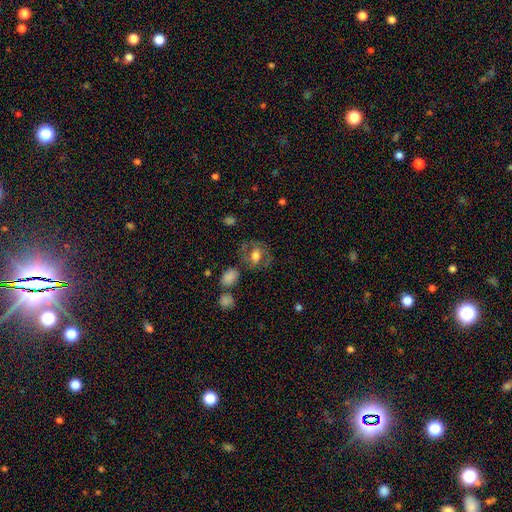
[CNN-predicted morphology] Smooth or featured?
  - smooth: 49% *
  - featured or disk: 42%
  - star or artifact: 9%
Merging?
  - none: 64% *
  - minor disturbance: 19%
  - major disturbance: 13%
  - merger: 4%